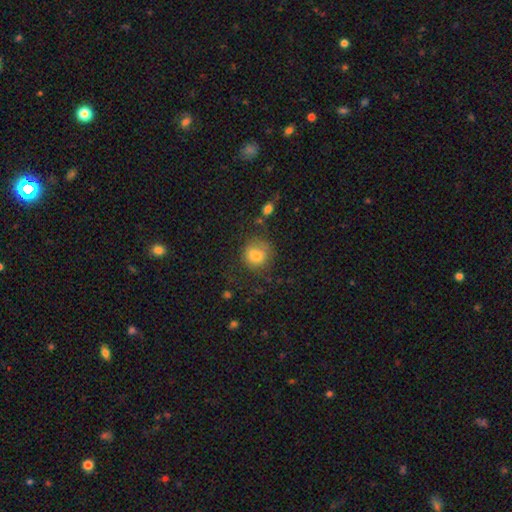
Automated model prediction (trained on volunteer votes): smooth-or-featured: smooth: 77% | featured or disk: 12% | star or artifact: 10%
  how-rounded: round: 78% | in between: 21% | cigar-shaped: 1%
  merging: none: 60% | minor disturbance: 21% | major disturbance: 13% | merger: 6%